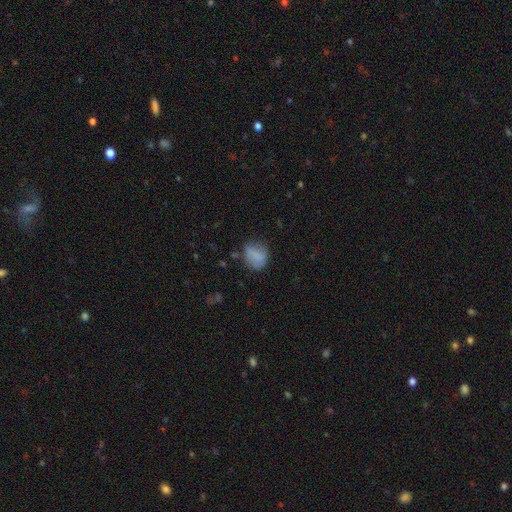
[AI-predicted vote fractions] A smooth galaxy with no disk features (74%) that is round (54%). Merging: none (54%).